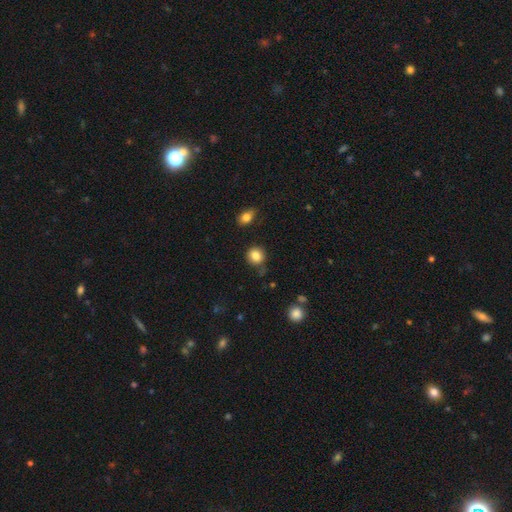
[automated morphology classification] The model was most divided on "merging": none: 79%, minor disturbance: 14%, major disturbance: 3%, merger: 3%. More confident: how rounded — round (87%); smooth or featured — smooth (85%).